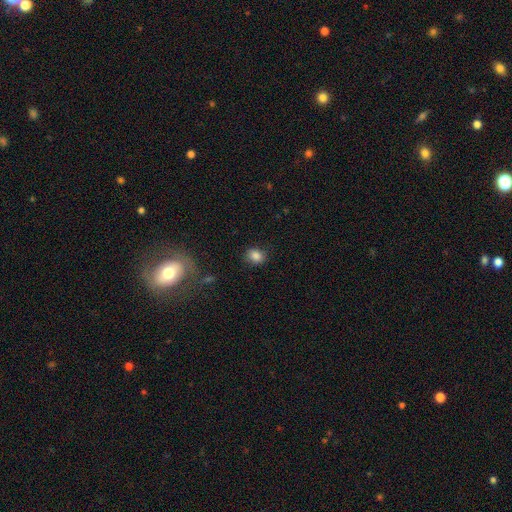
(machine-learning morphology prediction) This appears to be a smooth galaxy with no disk features (84%) that is round (61%). Merging: none (83%).